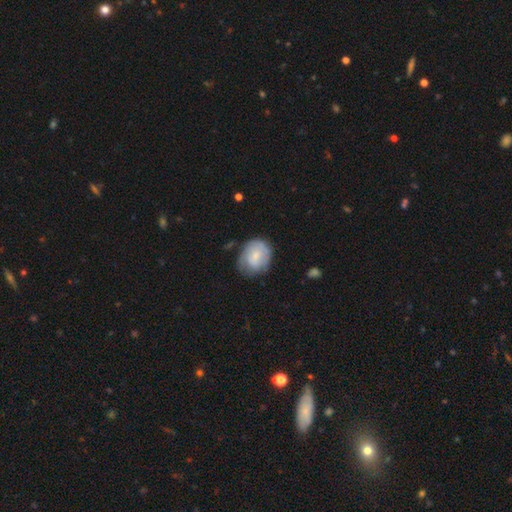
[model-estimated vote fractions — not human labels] smooth-or-featured: smooth: 60% | featured or disk: 33% | star or artifact: 7%
  how-rounded: round: 53% | in between: 46% | cigar-shaped: 1%
  merging: none: 55% | minor disturbance: 30% | major disturbance: 13% | merger: 2%